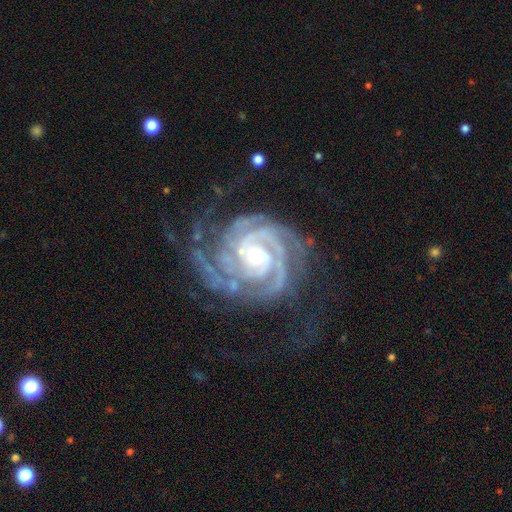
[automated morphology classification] A featured or disk galaxy (93%) with no bar (64%), 3 (31%) tight (77%) spiral arms (99%) and a small central bulge (52%). Merging: none (63%).